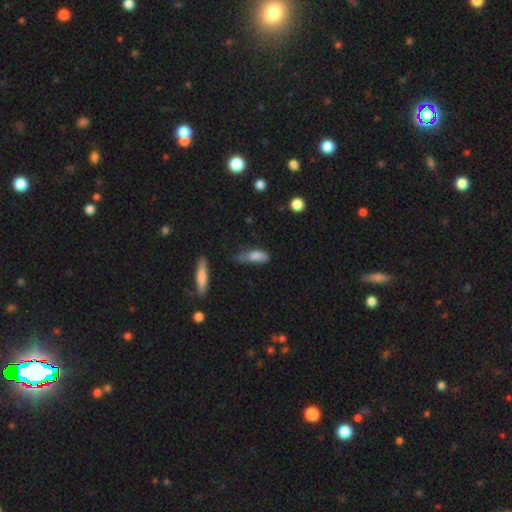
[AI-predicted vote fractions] This appears to be a smooth galaxy with no disk features (76%) that is in between round and cigar-shaped (57%). Merging: minor disturbance (40%).